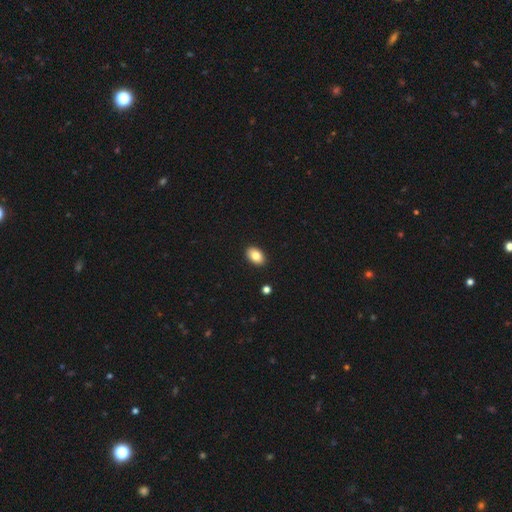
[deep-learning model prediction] A smooth galaxy with no disk features (83%) that is in between round and cigar-shaped (88%).

Vote fractions:
- Smooth or featured? smooth: 83% / featured or disk: 9% / star or artifact: 8%
- How rounded? in between: 88% / round: 11% / cigar-shaped: 1%
- Merging? none: 90% / minor disturbance: 7% / major disturbance: 2% / merger: 1%